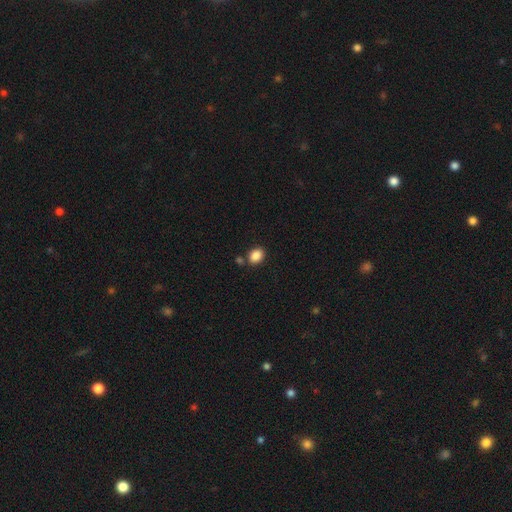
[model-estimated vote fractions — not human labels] smooth-or-featured: smooth: 87% | star or artifact: 9% | featured or disk: 4%
  how-rounded: in between: 65% | round: 34% | cigar-shaped: 1%
  merging: none: 78% | minor disturbance: 10% | merger: 9% | major disturbance: 3%